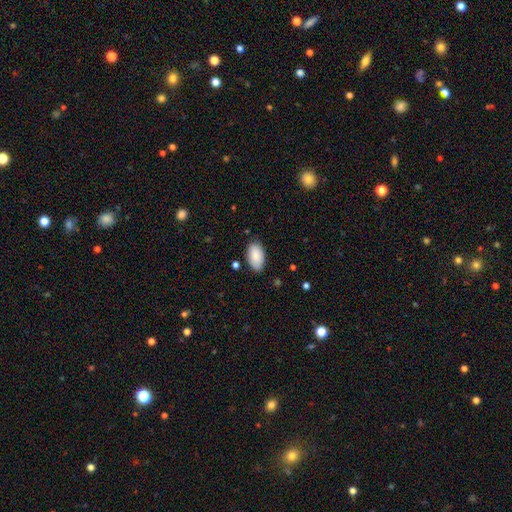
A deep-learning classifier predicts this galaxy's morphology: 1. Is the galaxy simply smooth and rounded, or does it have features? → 87% smooth, 7% featured or disk, 6% star or artifact.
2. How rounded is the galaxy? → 95% in between, 3% round, 1% cigar-shaped.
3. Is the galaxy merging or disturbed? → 82% none, 14% minor disturbance, 2% major disturbance, 2% merger.